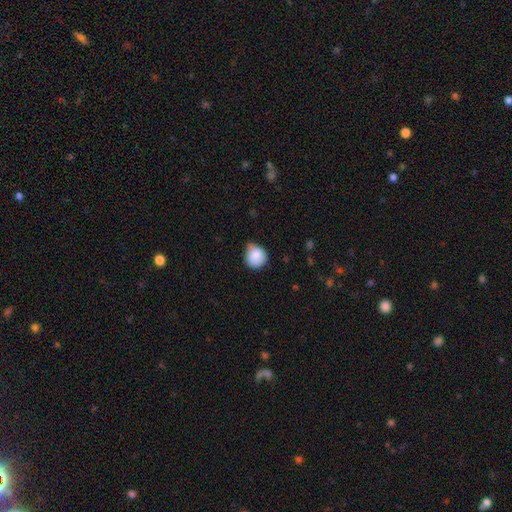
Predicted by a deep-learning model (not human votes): Overall: smooth (83%). How rounded: round (79%). Merging: none (55%; minor disturbance 37%).